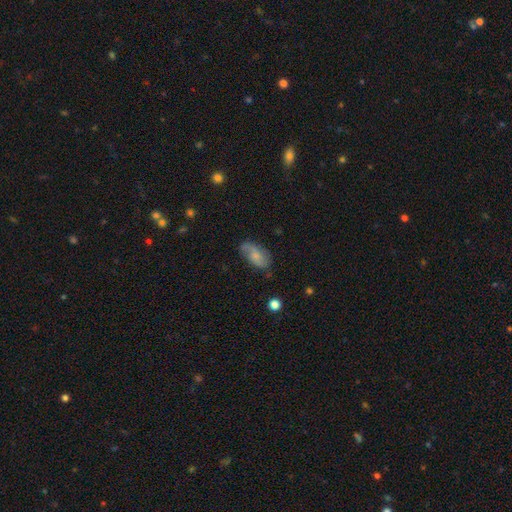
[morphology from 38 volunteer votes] Q: Smooth or featured?
A: smooth (55%); runner-up: featured or disk (39%)
Q: How rounded?
A: in between (95%); runner-up: cigar-shaped (5%)
Q: Merging?
A: none (78%); runner-up: minor disturbance (14%)